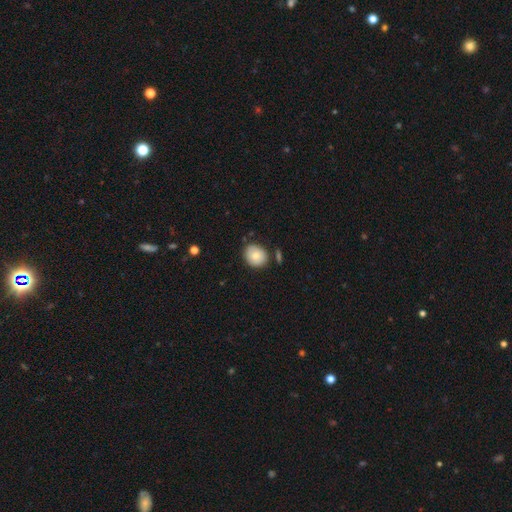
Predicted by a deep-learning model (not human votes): Smooth or featured?
  - smooth: 77% *
  - featured or disk: 15%
  - star or artifact: 9%
How rounded?
  - round: 64% *
  - in between: 35%
  - cigar-shaped: 1%
Merging?
  - none: 76% *
  - minor disturbance: 15%
  - merger: 5%
  - major disturbance: 3%